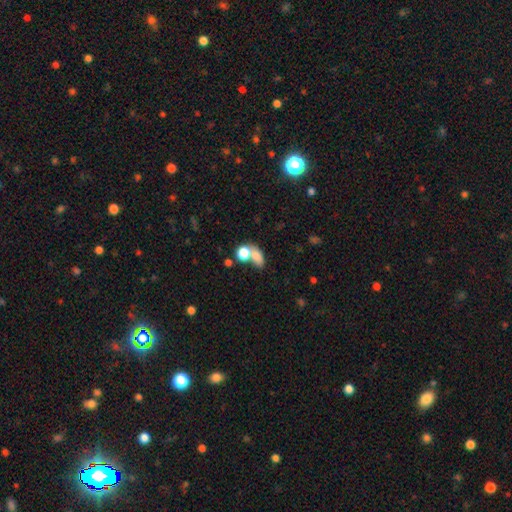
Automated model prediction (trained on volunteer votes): smooth-or-featured: smooth: 75% | star or artifact: 13% | featured or disk: 12%
  how-rounded: in between: 70% | round: 27% | cigar-shaped: 3%
  merging: merger: 48% | none: 34% | minor disturbance: 11% | major disturbance: 8%